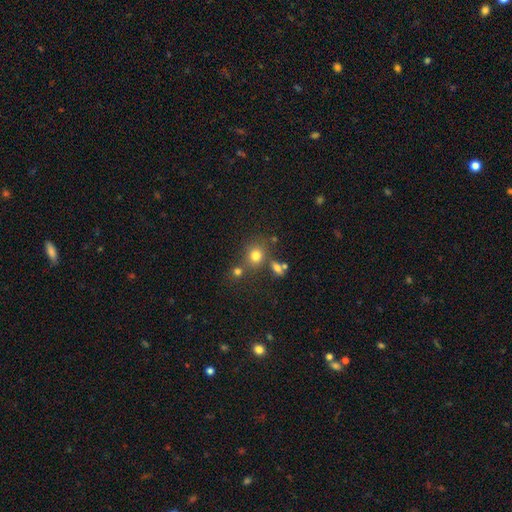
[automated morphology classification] Smooth or featured? smooth (75%)
How rounded? round (79%)
Merging? none (63%)